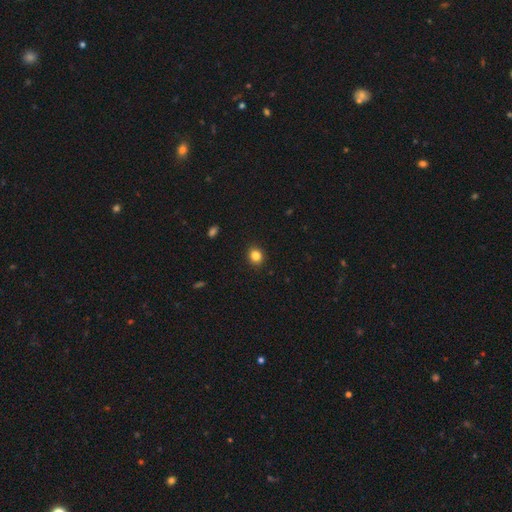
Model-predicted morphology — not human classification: type=smooth (84%); roundness=round (75%); merging=none (91%).